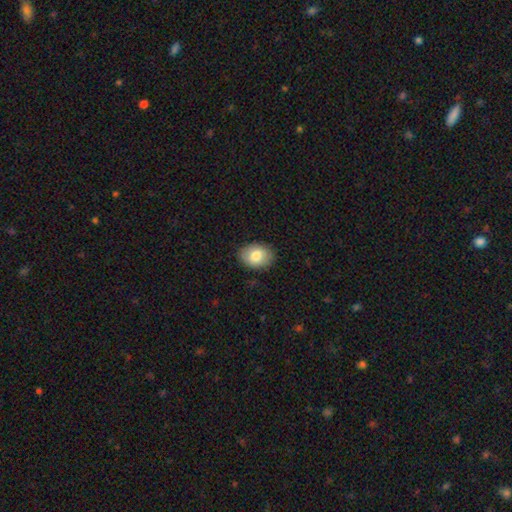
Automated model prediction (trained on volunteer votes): Smooth or featured?
  - smooth: 81% *
  - featured or disk: 12%
  - star or artifact: 7%
How rounded?
  - in between: 76% *
  - round: 23%
  - cigar-shaped: 1%
Merging?
  - none: 87% *
  - minor disturbance: 10%
  - major disturbance: 2%
  - merger: 1%